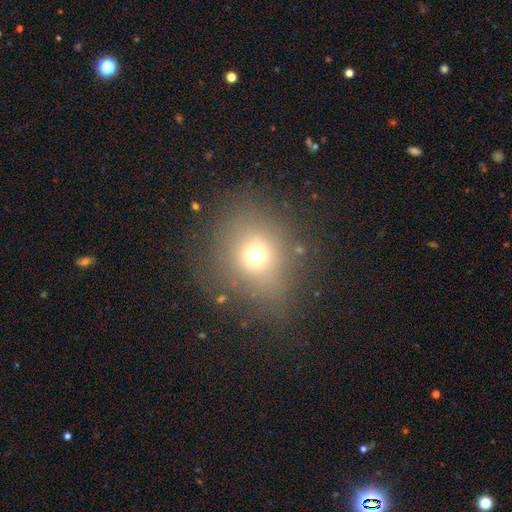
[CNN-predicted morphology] smooth-or-featured: smooth: 65% | star or artifact: 20% | featured or disk: 15%
  how-rounded: round: 78% | in between: 20% | cigar-shaped: 1%
  merging: none: 74% | minor disturbance: 15% | major disturbance: 9% | merger: 2%